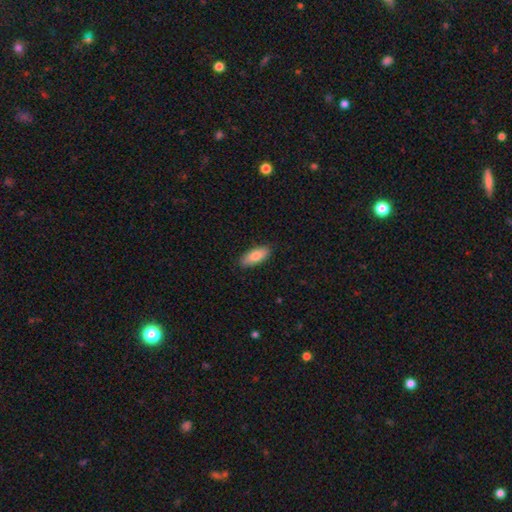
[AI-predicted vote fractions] A smooth galaxy with no disk features (80%) that is in between round and cigar-shaped (79%).

Vote fractions:
- Smooth or featured? smooth: 80% / featured or disk: 14% / star or artifact: 6%
- How rounded? in between: 79% / cigar-shaped: 19% / round: 2%
- Merging? none: 88% / minor disturbance: 9% / major disturbance: 2% / merger: 1%